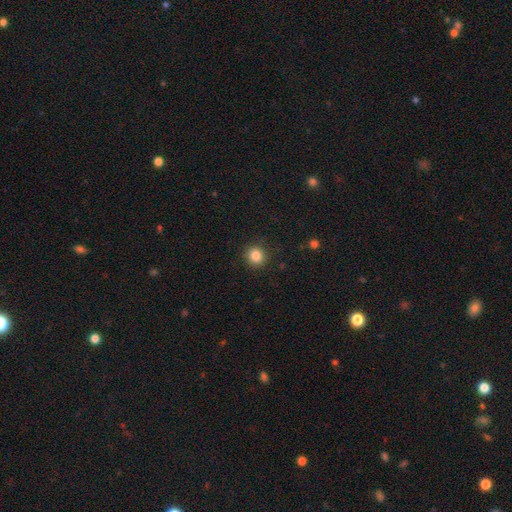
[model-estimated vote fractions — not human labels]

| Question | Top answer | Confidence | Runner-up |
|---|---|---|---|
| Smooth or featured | smooth | 84% | star or artifact (11%) |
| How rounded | round | 90% | in between (9%) |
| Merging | none | 91% | minor disturbance (6%) |